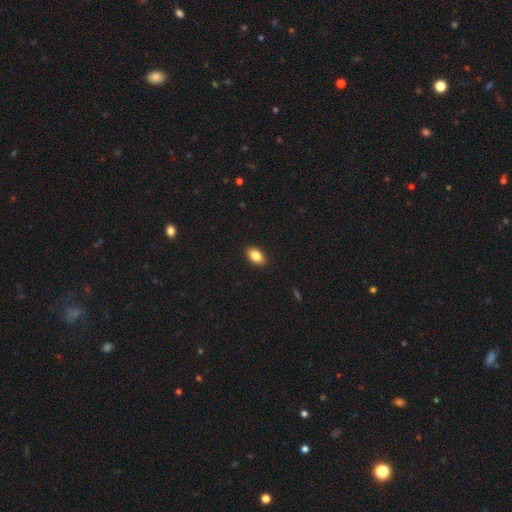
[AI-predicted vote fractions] Q: Smooth or featured?
A: smooth (82%); runner-up: featured or disk (10%)
Q: How rounded?
A: in between (90%); runner-up: round (8%)
Q: Merging?
A: none (90%); runner-up: minor disturbance (7%)